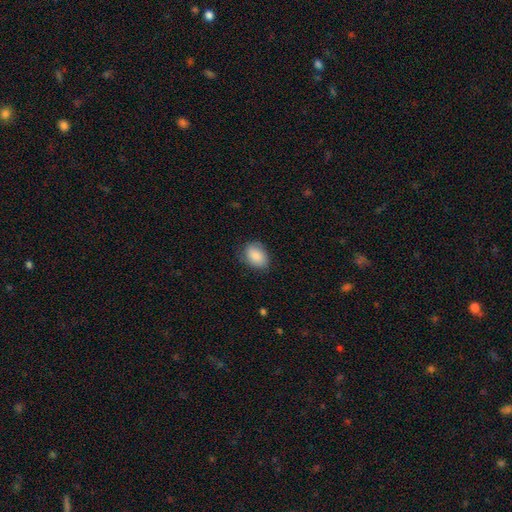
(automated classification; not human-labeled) A smooth galaxy with no disk features (87%) that is in between round and cigar-shaped (77%). Merging: none (76%).